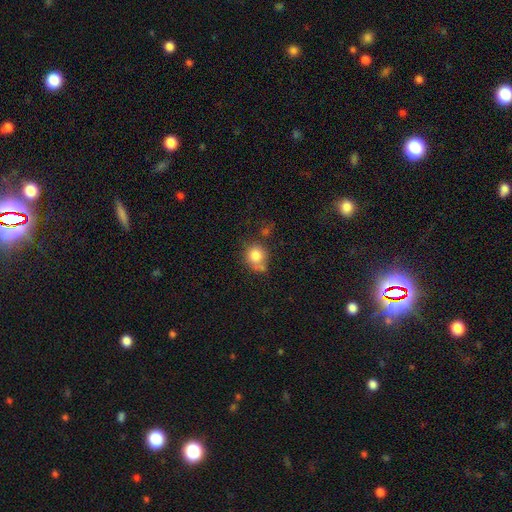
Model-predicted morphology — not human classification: This is clearly a smooth galaxy (81%). How rounded: clearly round (81%). Merging: possibly none (53%).